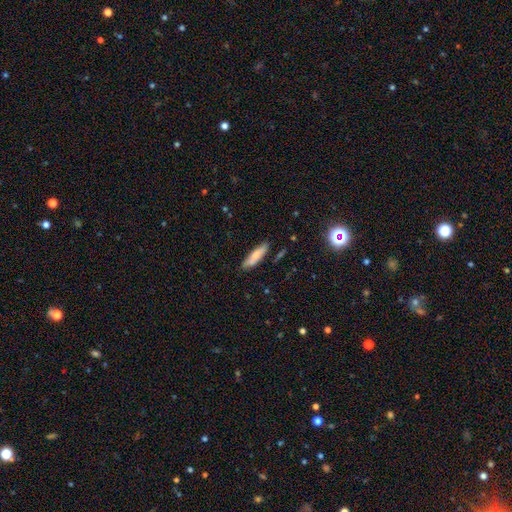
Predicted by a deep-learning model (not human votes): Smooth or featured? smooth (72%)
How rounded? cigar-shaped (67%)
Merging? none (83%)